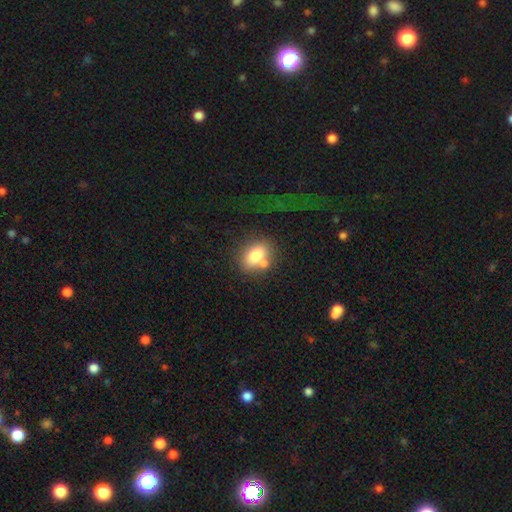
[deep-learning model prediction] smooth-or-featured: smooth: 76% | featured or disk: 15% | star or artifact: 10%
  how-rounded: in between: 74% | round: 24% | cigar-shaped: 2%
  merging: none: 55% | merger: 26% | minor disturbance: 13% | major disturbance: 6%